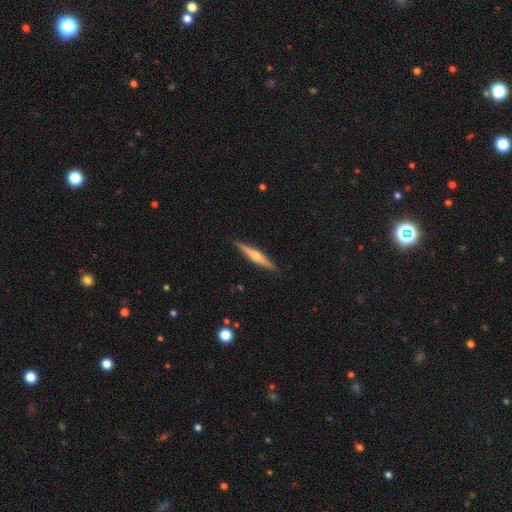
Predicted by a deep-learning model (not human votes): Overall: featured or disk (64%; smooth 31%). Edge-on disk: yes (98%). Edge-on bulge: rounded (82%). Merging: none (91%).